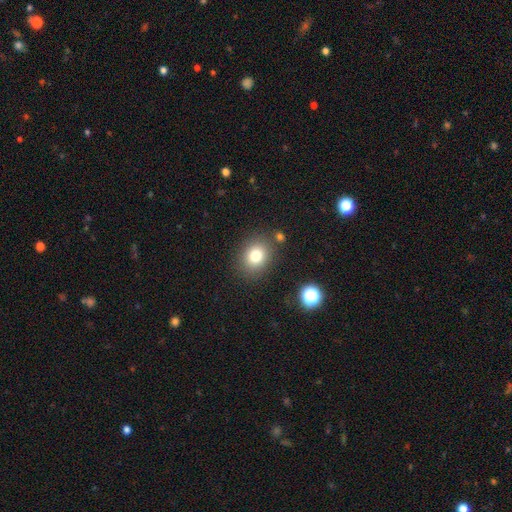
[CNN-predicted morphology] Smooth or featured: smooth — 79% (star or artifact — 12%)
How rounded: round — 61% (in between — 39%)
Merging: none — 83% (minor disturbance — 10%)